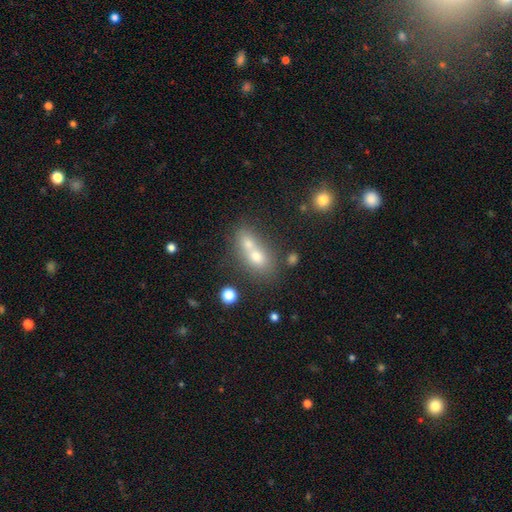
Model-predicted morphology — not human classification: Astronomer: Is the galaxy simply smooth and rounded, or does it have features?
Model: smooth — 65%.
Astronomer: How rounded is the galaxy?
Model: in between — 63%.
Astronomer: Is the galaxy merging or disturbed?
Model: merger — 67%.